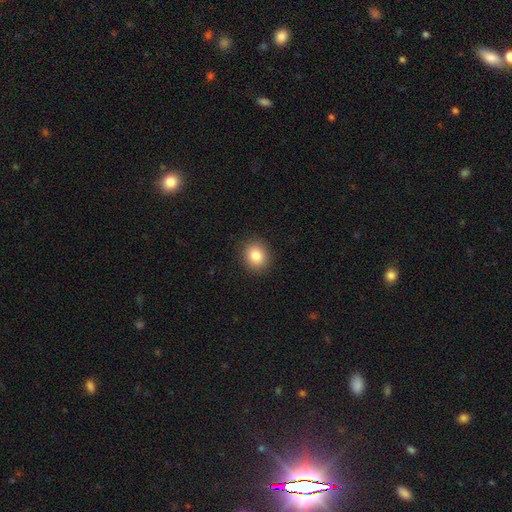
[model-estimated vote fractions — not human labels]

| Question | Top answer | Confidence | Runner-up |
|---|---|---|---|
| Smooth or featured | smooth | 84% | star or artifact (10%) |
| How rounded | round | 74% | in between (25%) |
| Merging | none | 91% | minor disturbance (6%) |